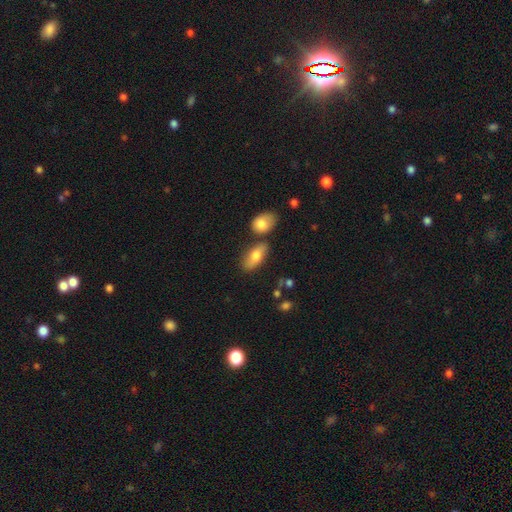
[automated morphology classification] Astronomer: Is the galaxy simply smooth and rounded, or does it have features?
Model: smooth — 72%.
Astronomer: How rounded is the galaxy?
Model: in between — 84%.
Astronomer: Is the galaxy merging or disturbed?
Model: none — 67%.